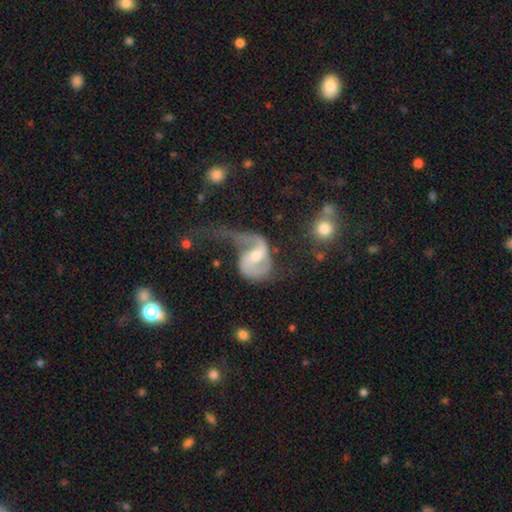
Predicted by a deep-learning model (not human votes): Smooth or featured: featured or disk — 86% (smooth — 9%)
Edge-on disk: no — 97% (yes — 3%)
Bar: weak — 47% (no — 31%)
Spiral arms: yes — 94% (no — 6%)
Spiral winding: loose — 53% (medium — 36%)
Spiral arm count: 2 — 77% (1 — 16%)
Bulge size: moderate — 56% (small — 35%)
Merging: major disturbance — 47% (none — 29%)